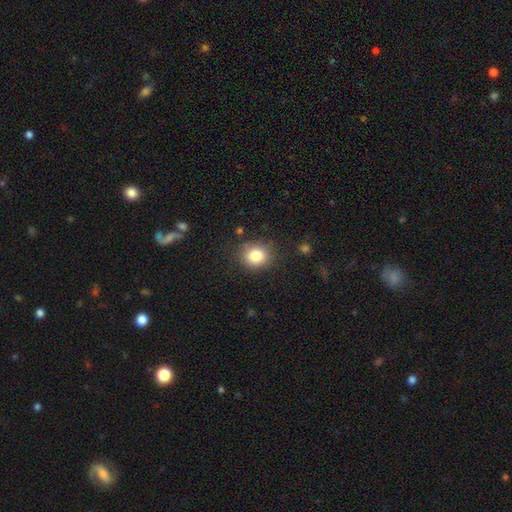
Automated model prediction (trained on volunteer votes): This is clearly a smooth galaxy (82%). How rounded: likely round (71%). Merging: clearly none (84%).